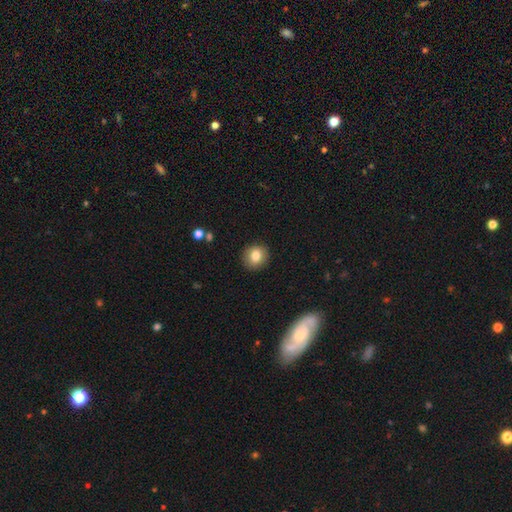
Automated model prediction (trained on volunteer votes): Smooth or featured: smooth — 82% (star or artifact — 9%)
How rounded: round — 83% (in between — 16%)
Merging: none — 90% (minor disturbance — 7%)